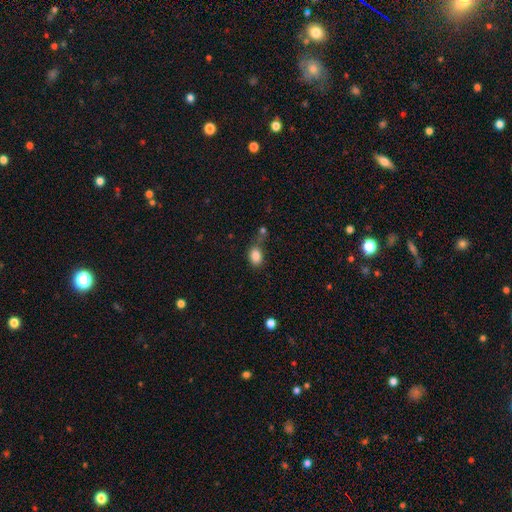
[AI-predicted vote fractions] Smooth or featured? Predicted: smooth (p=0.85). How rounded? Predicted: in between (p=0.73). Merging? Predicted: none (p=0.52).